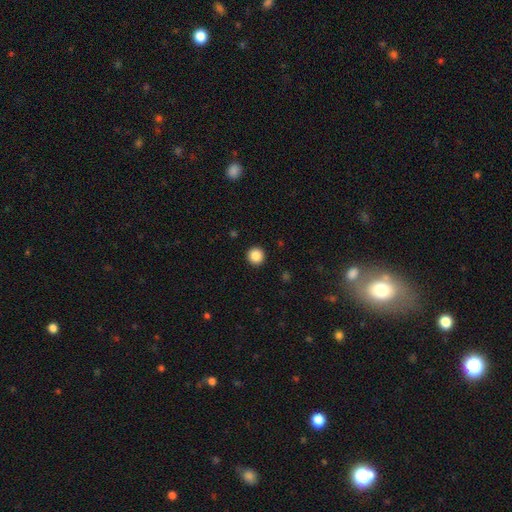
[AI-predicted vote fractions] The model was most divided on "smooth or featured": smooth: 87%, star or artifact: 10%, featured or disk: 3%. More confident: how rounded — round (96%); merging — none (94%).